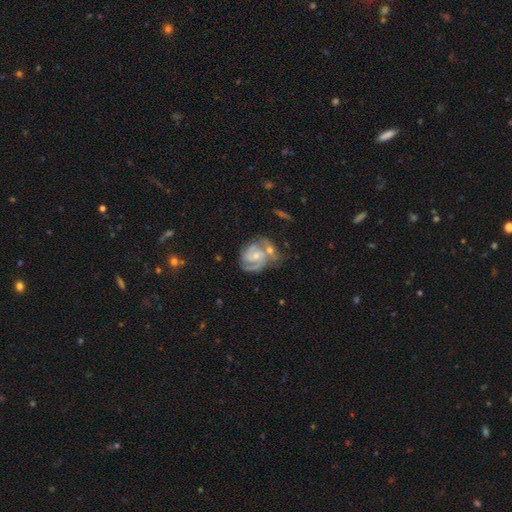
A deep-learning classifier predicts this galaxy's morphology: smooth-or-featured: featured or disk: 86% | smooth: 9% | star or artifact: 5%
  disk-edge-on: no: 98% | yes: 2%
    bar: no: 59% | weak: 34% | strong: 7%
    has-spiral-arms: yes: 97% | no: 3%
      spiral-winding: tight: 50% | medium: 42% | loose: 8%
      spiral-arm-count: 2: 66% | 3: 16% | can't tell: 9% | 1: 4% | 4: 2% | more than 4: 2%
    bulge-size: small: 59% | moderate: 35% | none: 4% | large: 2% | dominant: 1%
  merging: none: 40% | merger: 34% | minor disturbance: 17% | major disturbance: 10%